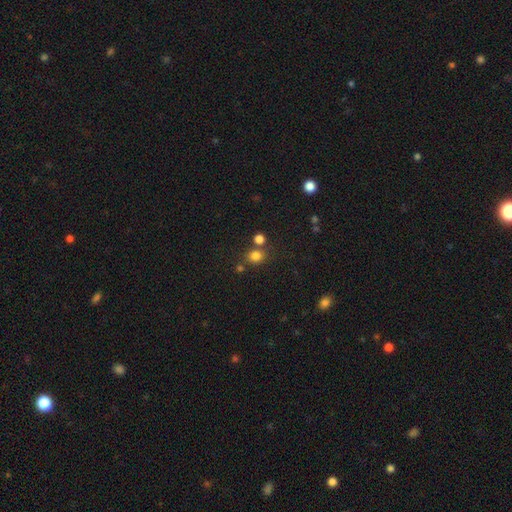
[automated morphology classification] A smooth galaxy with no disk features (79%) that is round (73%). Merging: none (69%).